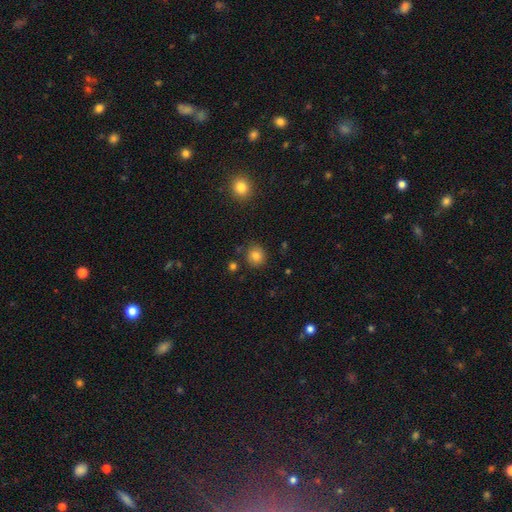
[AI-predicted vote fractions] smooth_or_featured: smooth (p=0.81) [alt: star or artifact p=0.12]
how_rounded: round (p=0.87) [alt: in between p=0.12]
merging: none (p=0.84) [alt: minor disturbance p=0.10]